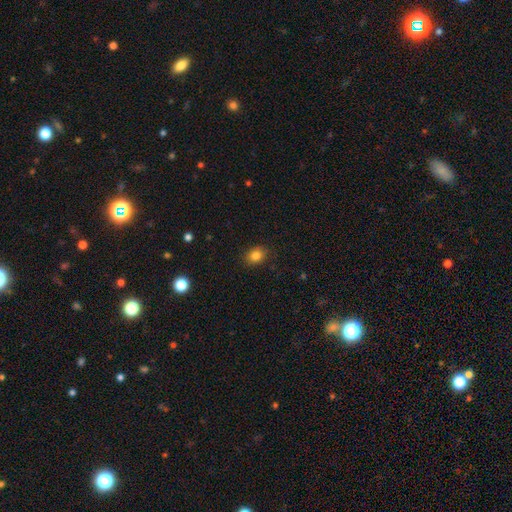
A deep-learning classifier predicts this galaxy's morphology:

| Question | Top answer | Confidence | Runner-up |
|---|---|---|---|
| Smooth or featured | smooth | 83% | star or artifact (11%) |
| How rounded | in between | 54% | round (45%) |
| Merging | none | 87% | minor disturbance (10%) |